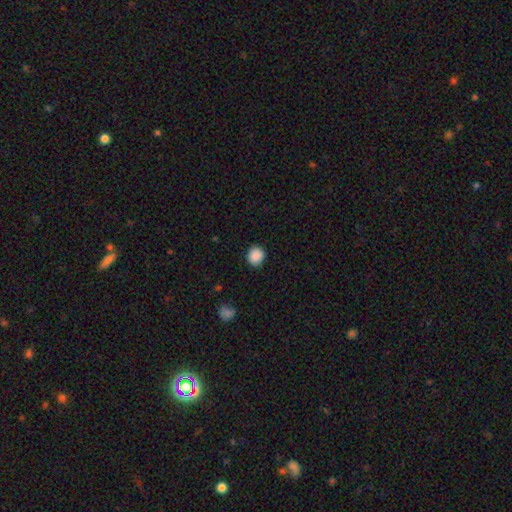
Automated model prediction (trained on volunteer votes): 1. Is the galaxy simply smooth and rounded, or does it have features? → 89% smooth, 9% star or artifact, 2% featured or disk.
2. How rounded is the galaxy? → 86% round, 13% in between, 1% cigar-shaped.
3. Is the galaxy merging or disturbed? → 90% none, 7% minor disturbance, 2% major disturbance, 1% merger.